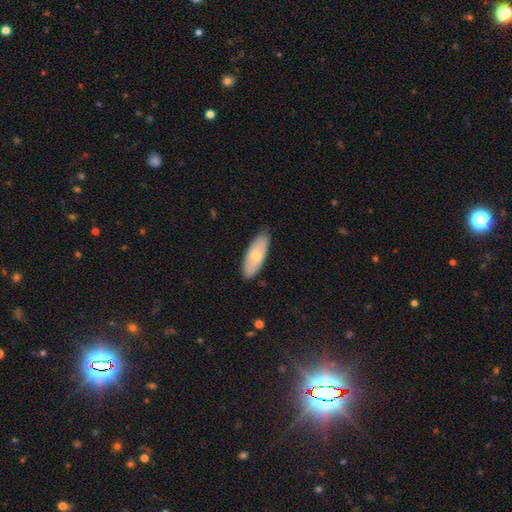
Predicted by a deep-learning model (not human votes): Morphology: type=smooth (64%); roundness=in between (76%); merging=none (83%).